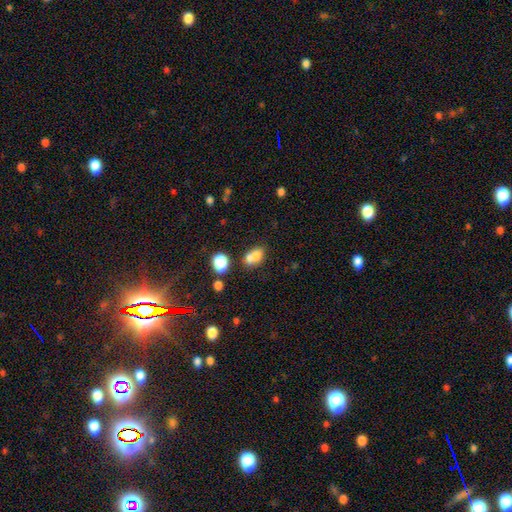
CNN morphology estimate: Smooth or featured: smooth — 70% (featured or disk — 17%)
How rounded: in between — 56% (round — 42%)
Merging: merger — 54% (none — 32%)